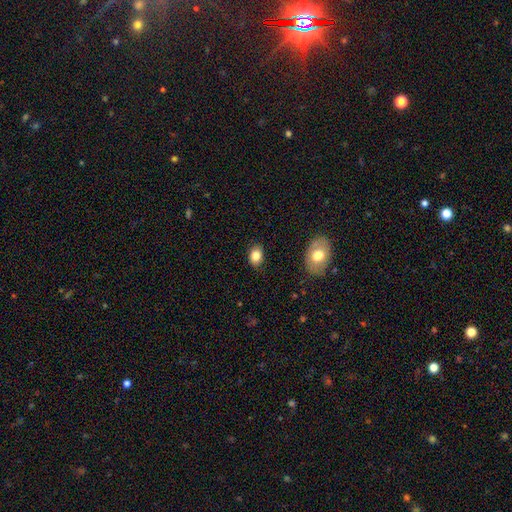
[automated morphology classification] This appears to be a smooth galaxy with no disk features (83%) that is in between round and cigar-shaped (70%). Merging: none (84%).